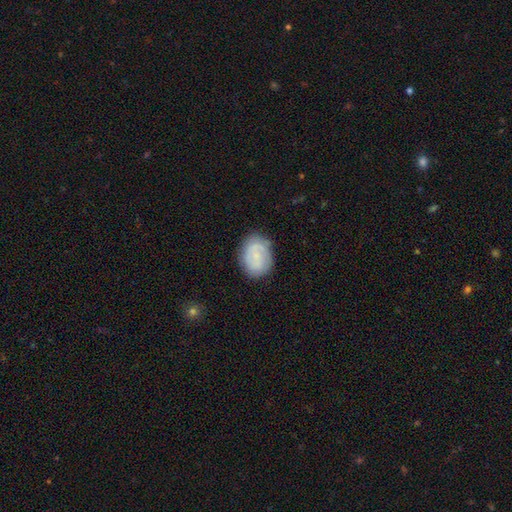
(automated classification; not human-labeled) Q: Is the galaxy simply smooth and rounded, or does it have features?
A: smooth — 54%.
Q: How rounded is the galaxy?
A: in between — 64%.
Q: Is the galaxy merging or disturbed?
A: none — 78%.